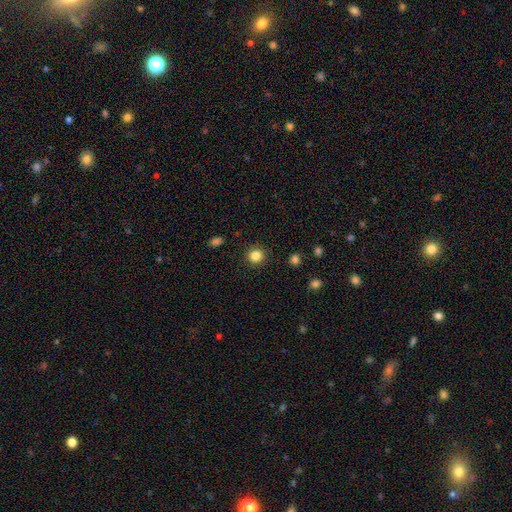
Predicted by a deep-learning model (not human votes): A smooth galaxy with no disk features (84%) that is round (91%). Merging: none (91%).